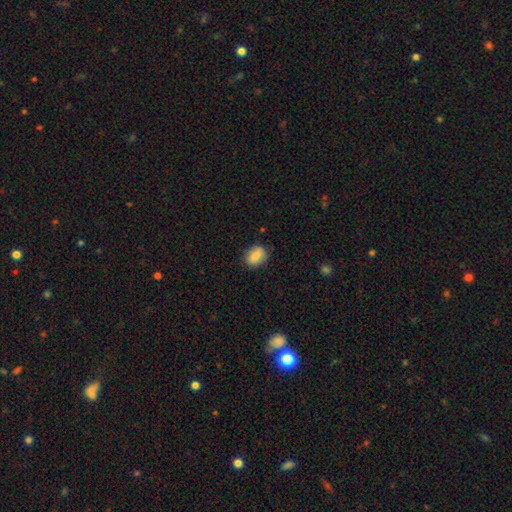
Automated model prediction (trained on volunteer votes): Smooth or featured: smooth — 80% (featured or disk — 12%)
How rounded: in between — 65% (round — 33%)
Merging: none — 82% (minor disturbance — 13%)